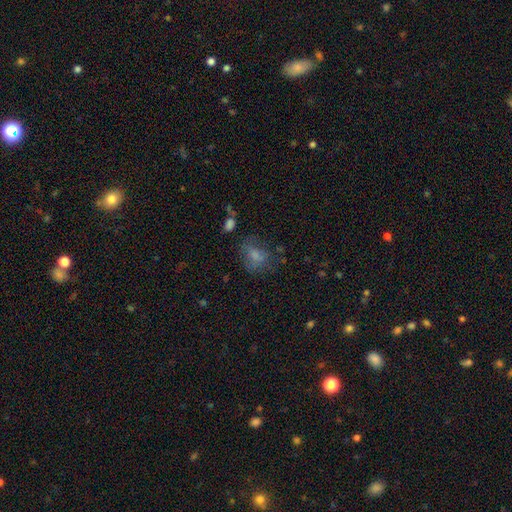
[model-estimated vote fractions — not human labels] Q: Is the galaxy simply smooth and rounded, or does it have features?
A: smooth — 64%.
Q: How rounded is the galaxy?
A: in between — 56%.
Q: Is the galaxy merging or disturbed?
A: none — 46%.